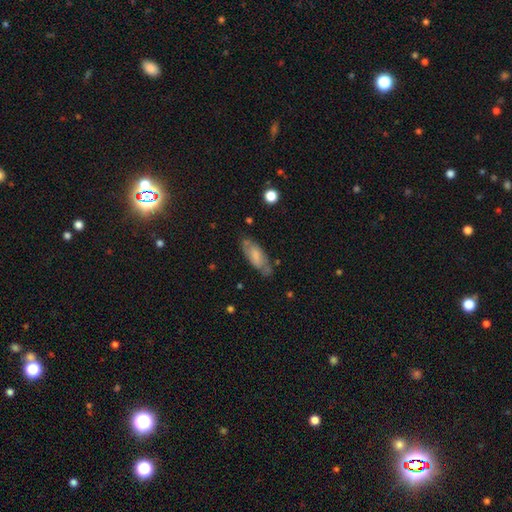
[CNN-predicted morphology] Smooth or featured: smooth — 56% (featured or disk — 37%)
How rounded: in between — 72% (cigar-shaped — 26%)
Merging: none — 71% (minor disturbance — 20%)